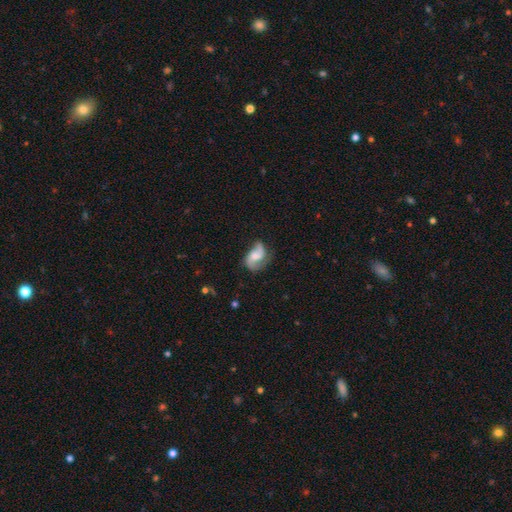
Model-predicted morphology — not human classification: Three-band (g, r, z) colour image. It shows a featured or disk galaxy (70%) with no bar (58%), 2 (80%) loose (47%) spiral arms (91%) and a moderate central bulge (42%). Merging: none (51%).